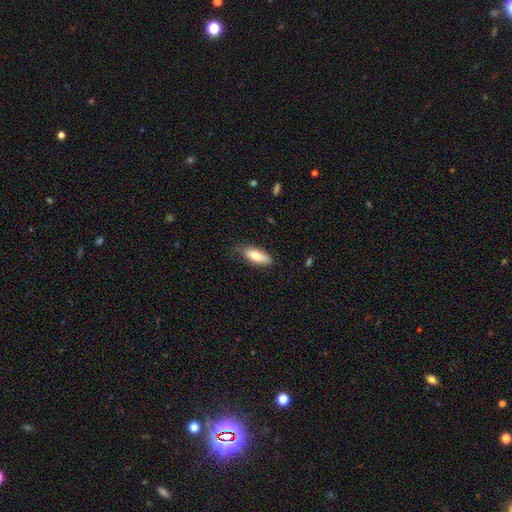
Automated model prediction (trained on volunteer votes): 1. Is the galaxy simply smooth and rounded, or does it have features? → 75% smooth, 19% featured or disk, 6% star or artifact.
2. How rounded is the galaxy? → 72% in between, 26% cigar-shaped, 2% round.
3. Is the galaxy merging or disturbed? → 70% none, 24% minor disturbance, 5% major disturbance, 1% merger.